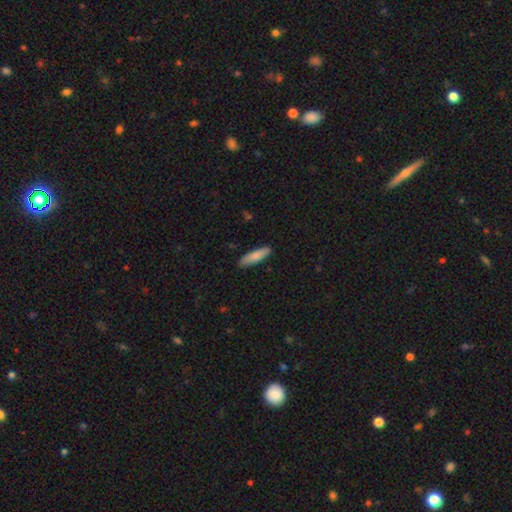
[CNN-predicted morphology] This is clearly a smooth galaxy (83%). How rounded: likely cigar-shaped (73%). Merging: clearly none (87%).